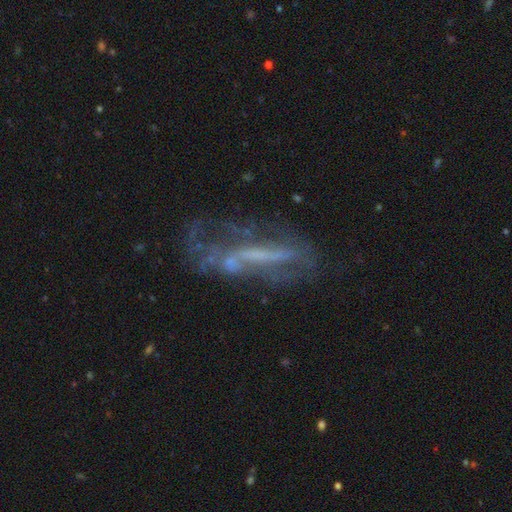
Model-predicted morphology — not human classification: Overall: featured or disk (66%). Edge-on disk: no (70%). Merging: none (39%; major disturbance 32%).